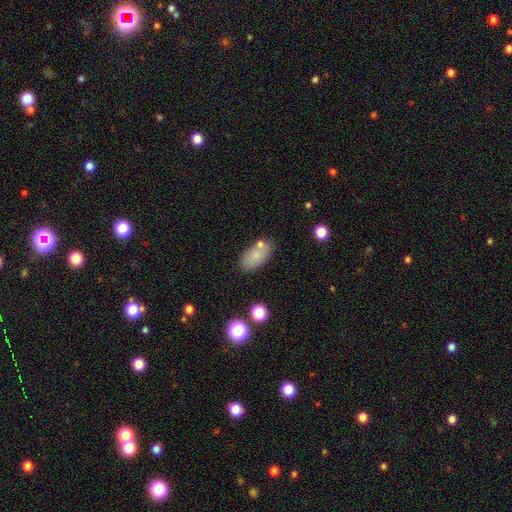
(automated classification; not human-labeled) This appears to be a smooth galaxy with no disk features (78%) that is in between round and cigar-shaped (92%). Merging: none (69%).